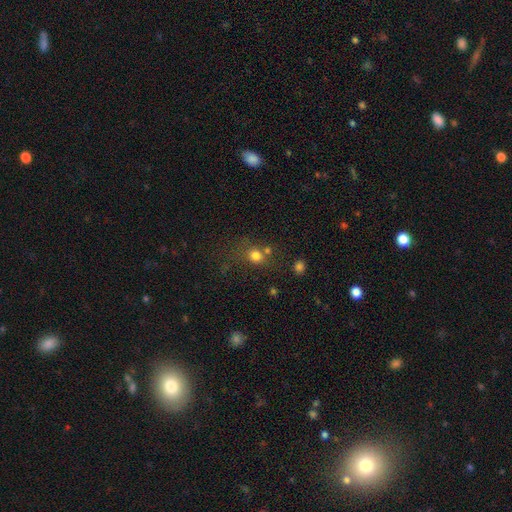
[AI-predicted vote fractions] Smooth or featured?
  - smooth: 76% *
  - star or artifact: 15%
  - featured or disk: 9%
How rounded?
  - round: 74% *
  - in between: 25%
  - cigar-shaped: 1%
Merging?
  - none: 57% *
  - merger: 20%
  - minor disturbance: 14%
  - major disturbance: 8%